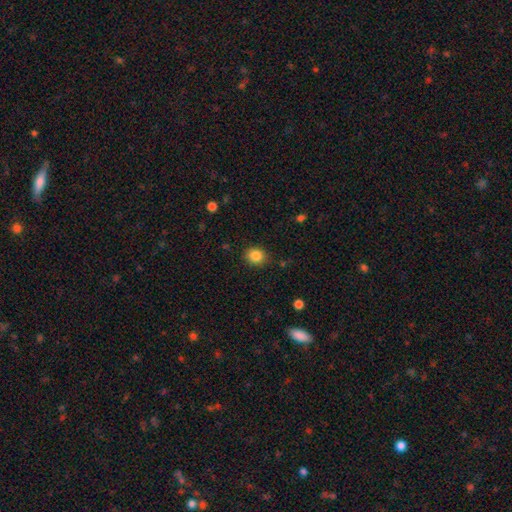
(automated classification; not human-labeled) The model was most divided on "how rounded": round: 67%, in between: 33%, cigar-shaped: 1%. More confident: merging — none (86%); smooth or featured — smooth (85%).